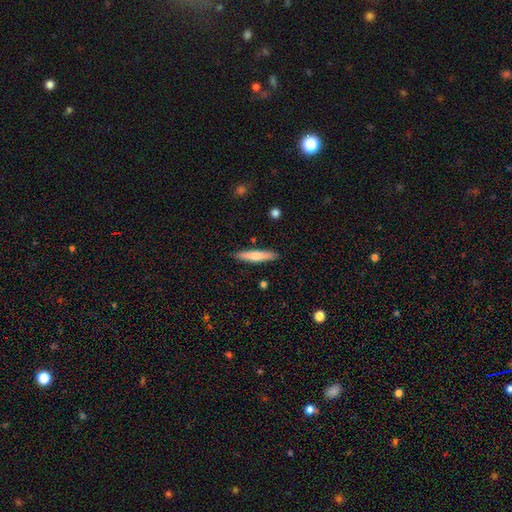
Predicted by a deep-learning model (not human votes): Q: Smooth or featured?
A: smooth (66%); runner-up: featured or disk (29%)
Q: How rounded?
A: cigar-shaped (88%); runner-up: in between (11%)
Q: Merging?
A: none (88%); runner-up: minor disturbance (8%)